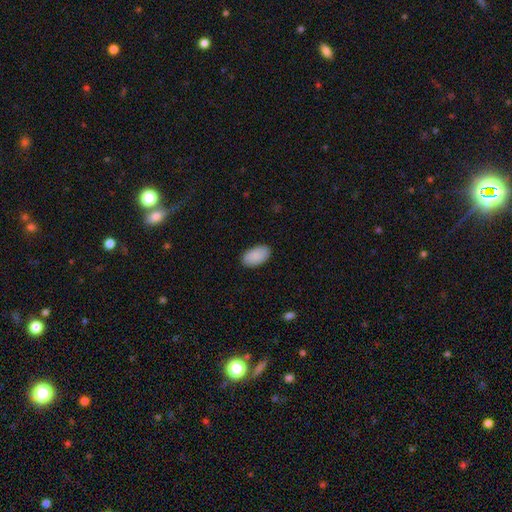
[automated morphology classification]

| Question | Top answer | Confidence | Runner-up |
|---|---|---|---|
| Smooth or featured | smooth | 91% | star or artifact (6%) |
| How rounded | in between | 95% | round (3%) |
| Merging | none | 88% | minor disturbance (9%) |